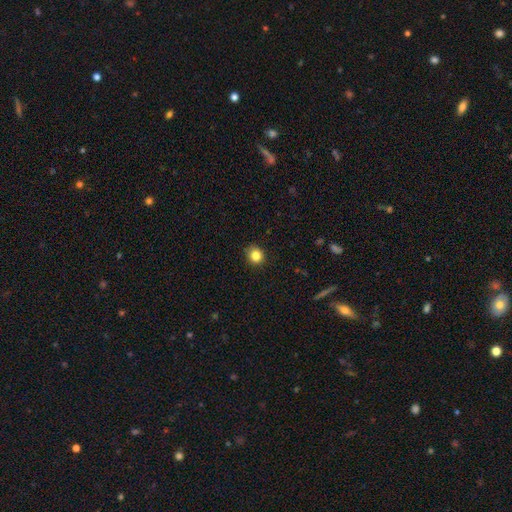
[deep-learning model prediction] smooth_or_featured: smooth (p=0.83) [alt: star or artifact p=0.12]
how_rounded: round (p=0.85) [alt: in between p=0.14]
merging: none (p=0.88) [alt: minor disturbance p=0.09]